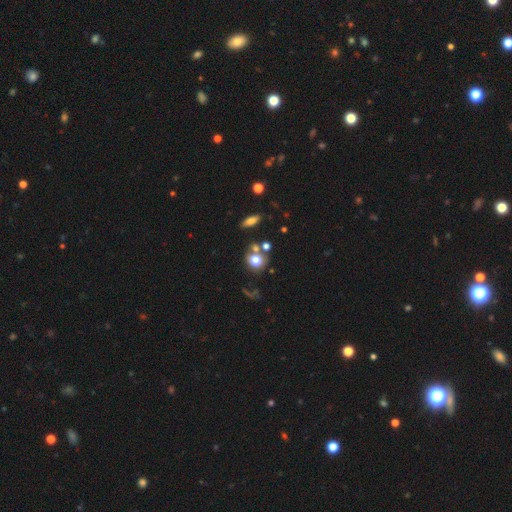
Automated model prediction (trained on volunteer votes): Smooth or featured?
  - smooth: 68% *
  - star or artifact: 17%
  - featured or disk: 15%
How rounded?
  - round: 77% *
  - in between: 21%
  - cigar-shaped: 2%
Merging?
  - none: 63% *
  - merger: 22%
  - minor disturbance: 11%
  - major disturbance: 4%